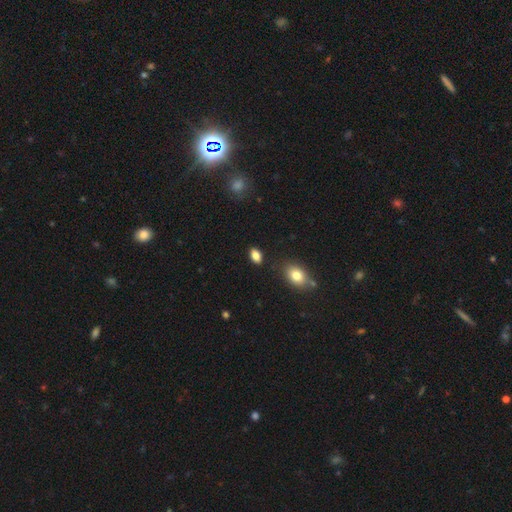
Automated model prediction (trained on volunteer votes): smooth 85%, star or artifact 9%, featured or disk 6%. Down the decision tree: how rounded — in between (89%); merging — none (84%).